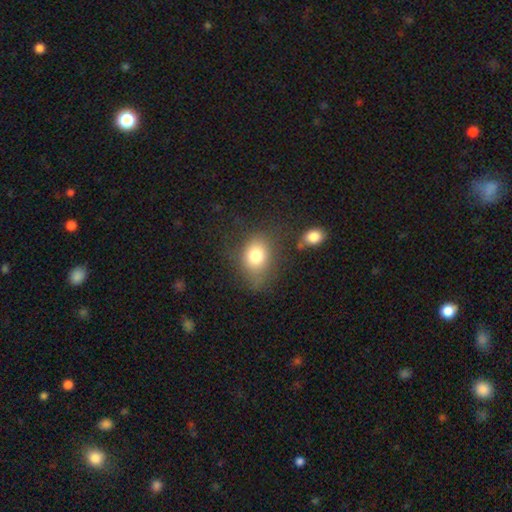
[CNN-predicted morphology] smooth-or-featured: smooth: 78% | featured or disk: 12% | star or artifact: 10%
  how-rounded: in between: 57% | round: 42% | cigar-shaped: 1%
  merging: none: 60% | minor disturbance: 24% | major disturbance: 12% | merger: 5%